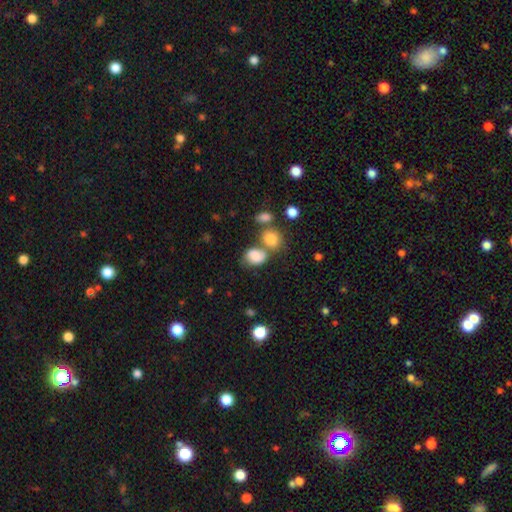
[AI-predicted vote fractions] smooth_or_featured: smooth (p=0.74) [alt: featured or disk p=0.16]
how_rounded: in between (p=0.61) [alt: round p=0.37]
merging: merger (p=0.38) [alt: none p=0.35]